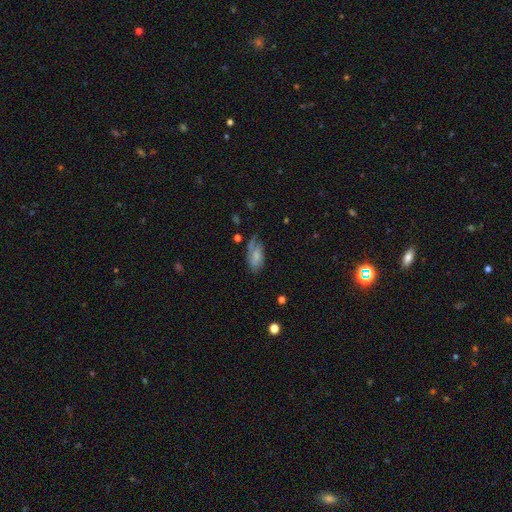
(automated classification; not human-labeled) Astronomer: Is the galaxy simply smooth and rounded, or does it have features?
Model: smooth — 62%.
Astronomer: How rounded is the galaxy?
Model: in between — 90%.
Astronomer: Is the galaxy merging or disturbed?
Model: none — 46% (runner-up: minor disturbance, 31%).